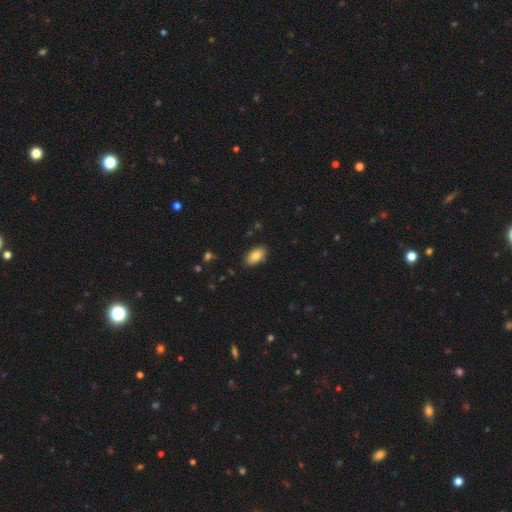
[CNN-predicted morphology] smooth_or_featured: smooth (p=0.83) [alt: featured or disk p=0.10]
how_rounded: in between (p=0.93) [alt: round p=0.04]
merging: none (p=0.87) [alt: minor disturbance p=0.10]